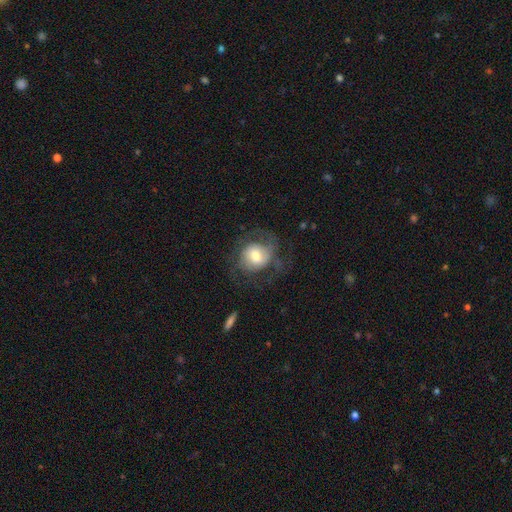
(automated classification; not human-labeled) Smooth or featured? featured or disk (46%, tied with smooth)
Merging? none (55%)